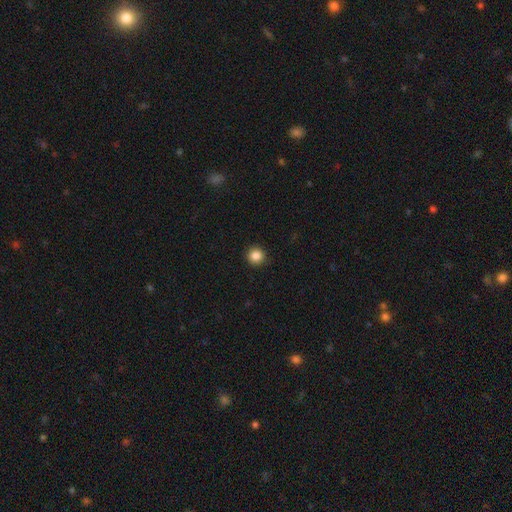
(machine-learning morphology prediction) This appears to be a smooth galaxy with no disk features (86%) that is round (95%). Merging: none (92%).